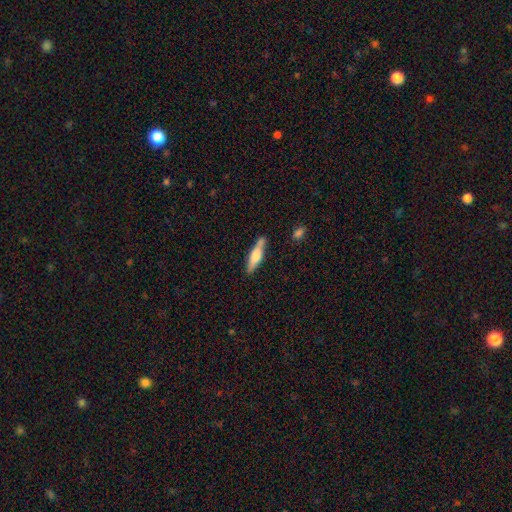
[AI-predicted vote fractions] Overall: smooth (58%; featured or disk 36%). How rounded: cigar-shaped (73%). Merging: none (76%).